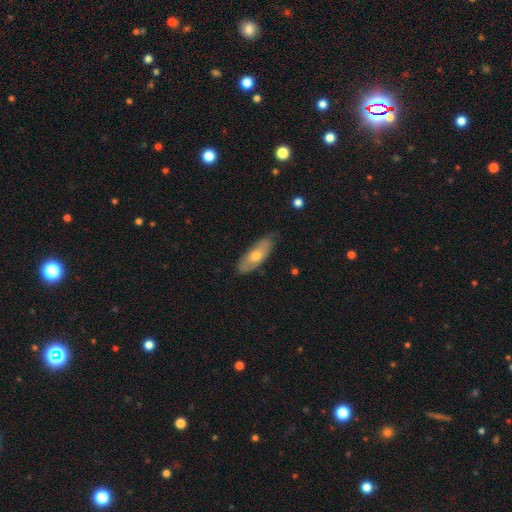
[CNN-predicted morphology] The model was most divided on "smooth or featured": smooth: 55%, featured or disk: 39%, star or artifact: 6%. More confident: merging — none (79%); how rounded — in between (71%).